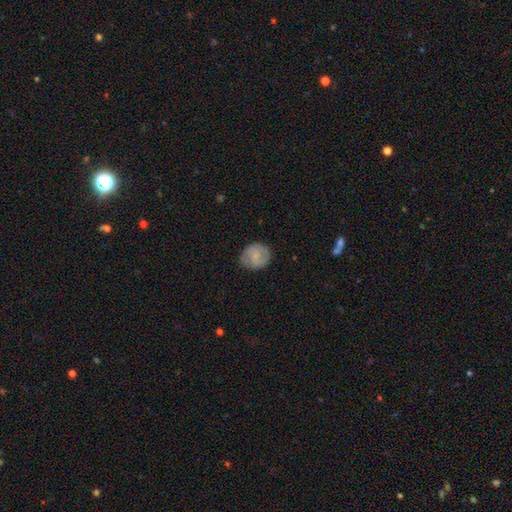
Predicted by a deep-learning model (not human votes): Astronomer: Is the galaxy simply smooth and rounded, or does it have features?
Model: smooth — 56% (runner-up: featured or disk, 38%).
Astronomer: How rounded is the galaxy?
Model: round — 77%.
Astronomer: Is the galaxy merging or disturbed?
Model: none — 80%.